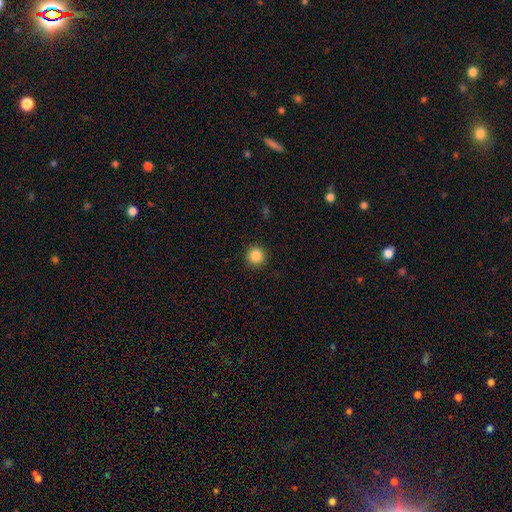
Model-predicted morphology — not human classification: smooth_or_featured: smooth (p=0.86) [alt: star or artifact p=0.10]
how_rounded: round (p=0.95) [alt: in between p=0.04]
merging: none (p=0.92) [alt: minor disturbance p=0.05]